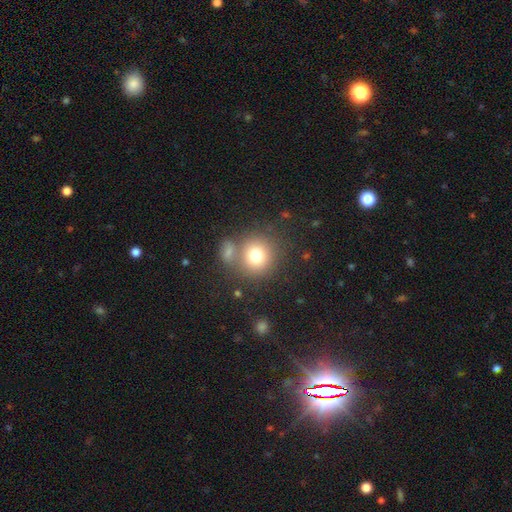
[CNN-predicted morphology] The model was most divided on "merging": none: 64%, merger: 21%, minor disturbance: 10%, major disturbance: 5%. More confident: how rounded — round (88%); smooth or featured — smooth (77%).